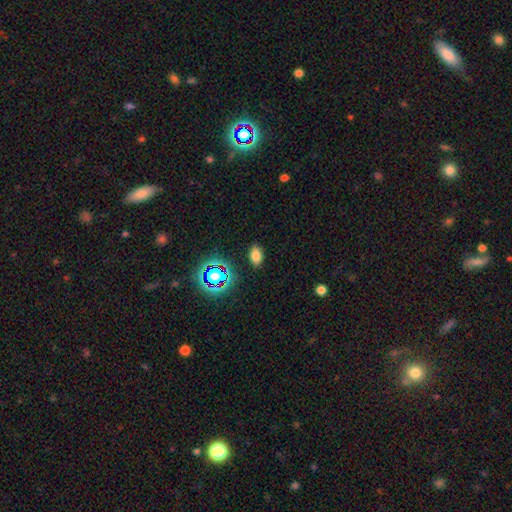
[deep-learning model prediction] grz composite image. It shows a smooth galaxy with no disk features (73%) that is in between round and cigar-shaped (87%). Merging: none (87%).